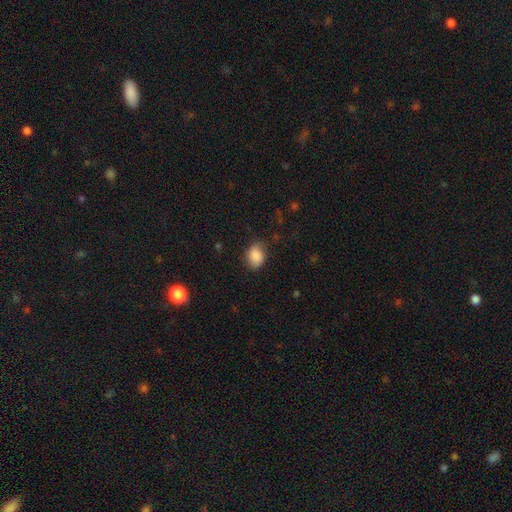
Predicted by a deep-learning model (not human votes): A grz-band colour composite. It shows a smooth galaxy with no disk features (85%) that is in between round and cigar-shaped (67%). Merging: none (71%).